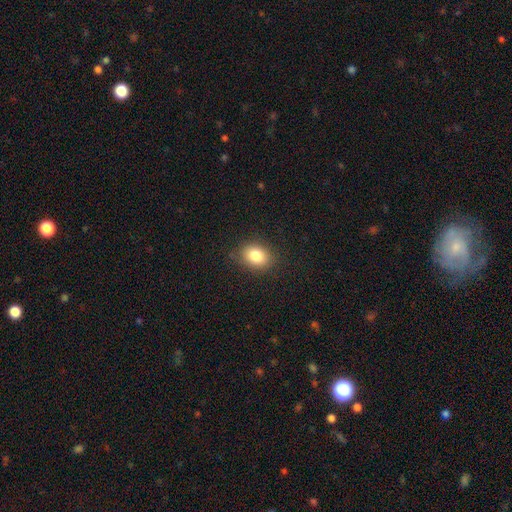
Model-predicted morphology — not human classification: Smooth or featured? smooth (83%)
How rounded? in between (64%)
Merging? none (84%)